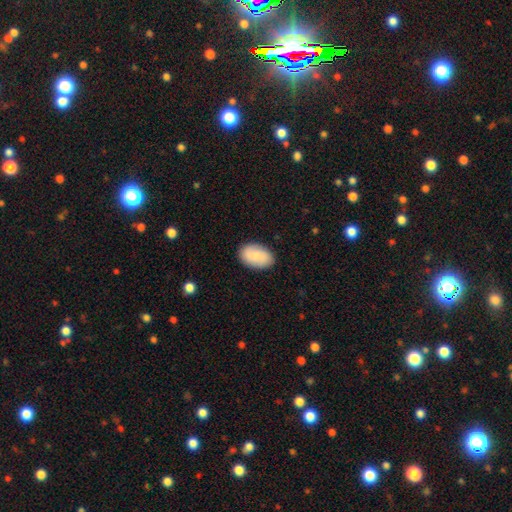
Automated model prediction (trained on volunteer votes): This is likely a smooth galaxy (80%). How rounded: clearly in between (91%). Merging: clearly none (87%).